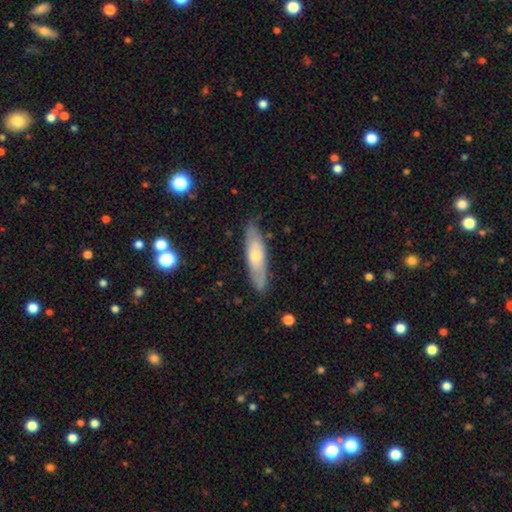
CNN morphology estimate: Smooth or featured? Predicted: smooth (p=0.49). Merging? Predicted: none (p=0.83).